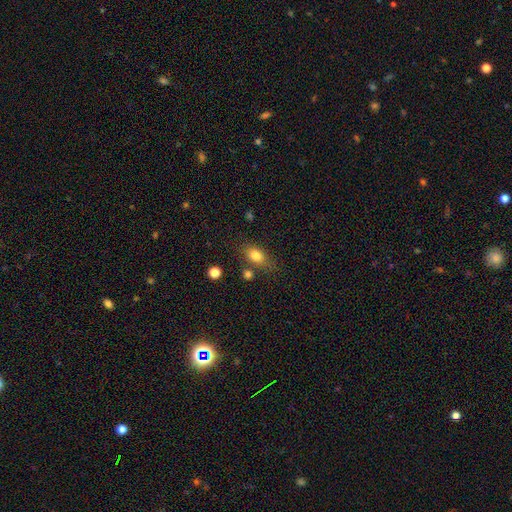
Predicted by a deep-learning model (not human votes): This is clearly a smooth galaxy (80%). How rounded: likely in between (77%). Merging: likely none (65%).